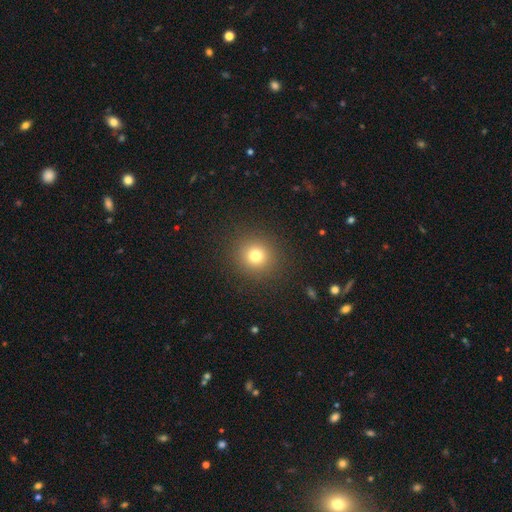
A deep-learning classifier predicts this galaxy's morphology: This is likely a smooth galaxy (76%). How rounded: clearly round (92%). Merging: clearly none (90%).